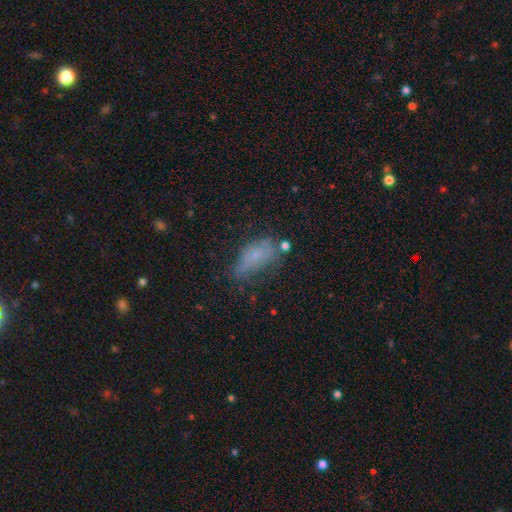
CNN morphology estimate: Smooth or featured? Predicted: smooth (p=0.59). How rounded? Predicted: in between (p=0.80). Merging? Predicted: none (p=0.39).